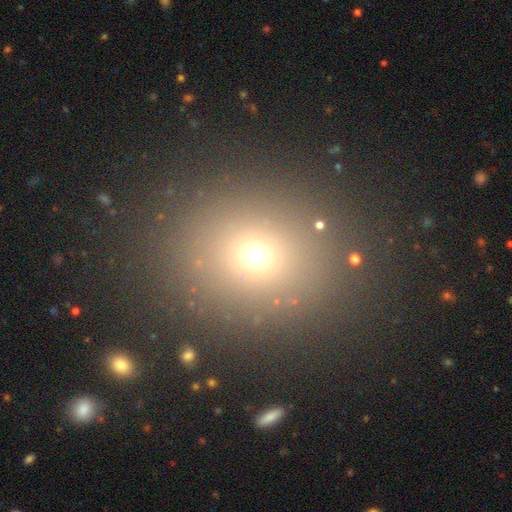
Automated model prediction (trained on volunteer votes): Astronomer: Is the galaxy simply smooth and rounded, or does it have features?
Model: smooth — 66%.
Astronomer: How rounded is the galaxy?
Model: round — 75%.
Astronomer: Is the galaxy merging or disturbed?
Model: none — 86%.